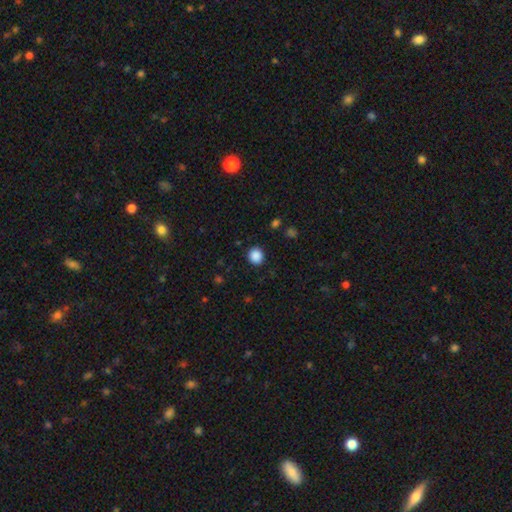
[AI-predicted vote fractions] smooth 88%, star or artifact 10%, featured or disk 3%. Down the decision tree: how rounded — round (81%); merging — none (90%).